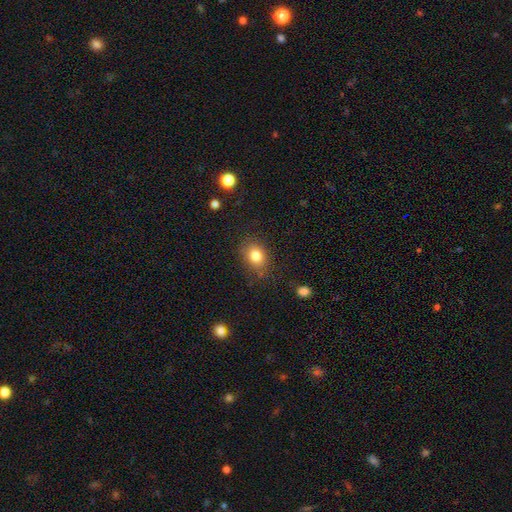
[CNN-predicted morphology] smooth_or_featured: smooth (p=0.81) [alt: star or artifact p=0.10]
how_rounded: in between (p=0.57) [alt: round p=0.42]
merging: none (p=0.78) [alt: minor disturbance p=0.16]